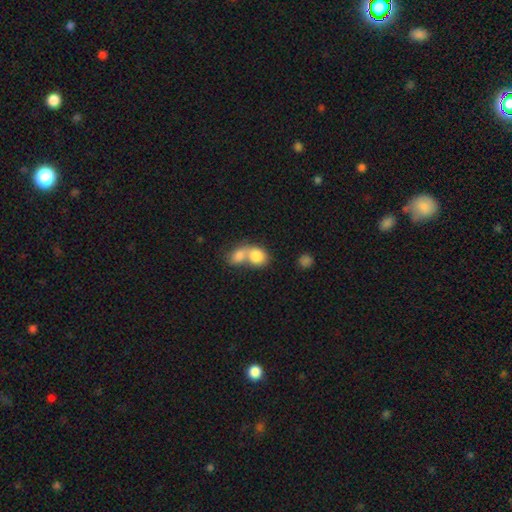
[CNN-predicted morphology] Smooth or featured? Predicted: smooth (p=0.81). How rounded? Predicted: round (p=0.52). Merging? Predicted: merger (p=0.74).